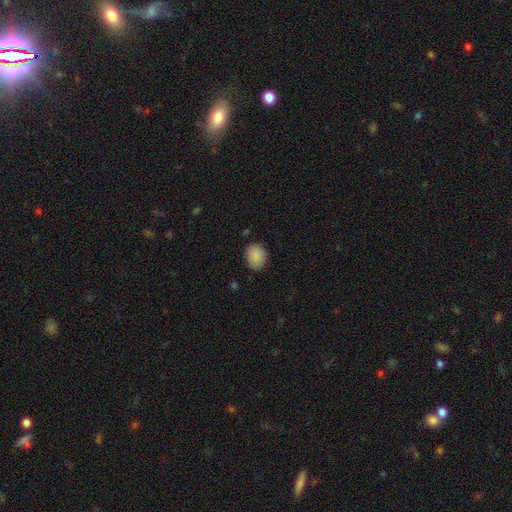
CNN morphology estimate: A smooth galaxy with no disk features (88%) that is in between round and cigar-shaped (60%).

Vote fractions:
- Smooth or featured? smooth: 88% / star or artifact: 8% / featured or disk: 4%
- How rounded? in between: 60% / round: 39% / cigar-shaped: 1%
- Merging? none: 82% / minor disturbance: 14% / major disturbance: 3% / merger: 1%